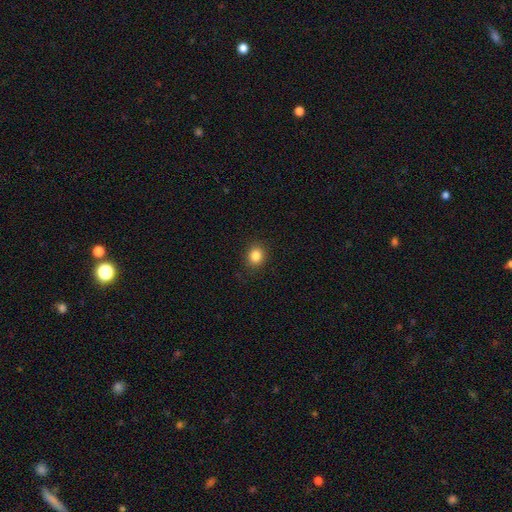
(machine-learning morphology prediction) This appears to be a smooth galaxy with no disk features (85%) that is round (74%). Merging: none (89%).